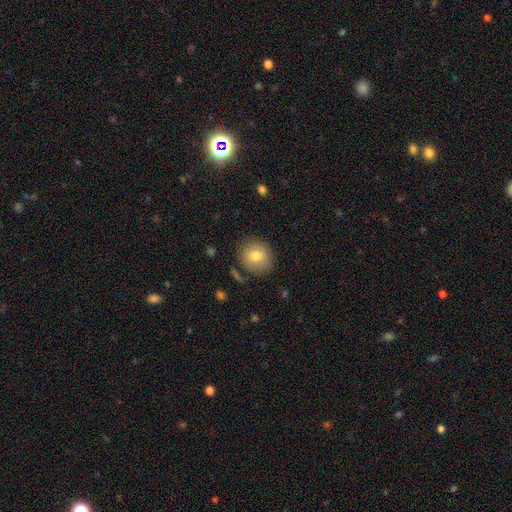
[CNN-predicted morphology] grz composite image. It shows a smooth galaxy with no disk features (77%) that is round (82%). Merging: none (82%).